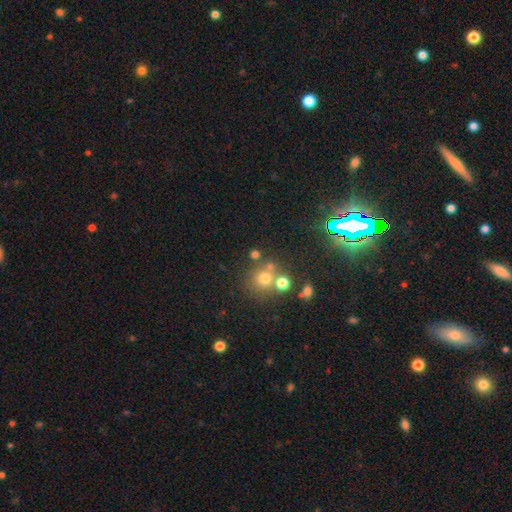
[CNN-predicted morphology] This is possibly a smooth galaxy (49%). Merging: likely none (62%).